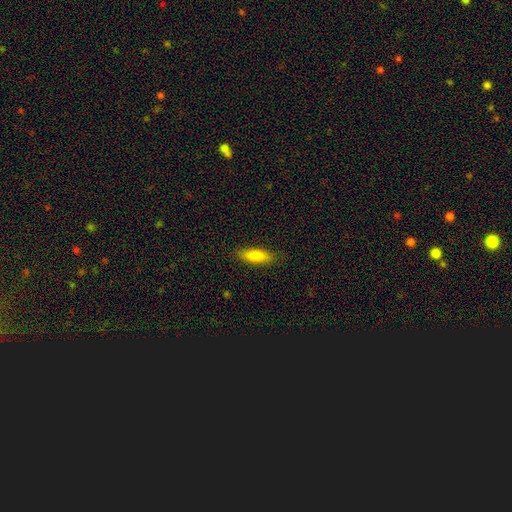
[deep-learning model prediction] This is clearly a smooth galaxy (81%). How rounded: possibly in between (59%). Merging: clearly none (86%).